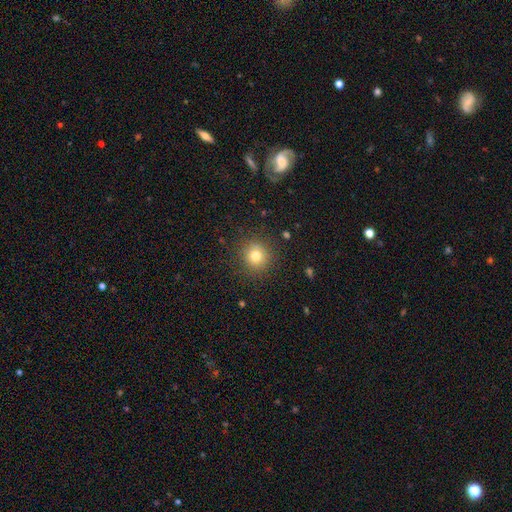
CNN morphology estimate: The model was most divided on "smooth or featured": smooth: 78%, star or artifact: 14%, featured or disk: 8%. More confident: how rounded — round (93%); merging — none (89%).